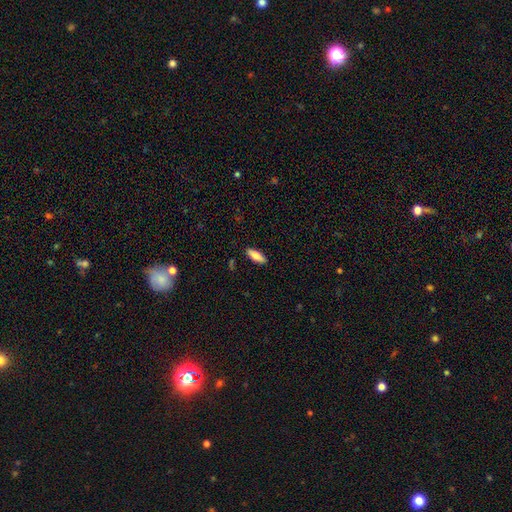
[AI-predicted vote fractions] smooth_or_featured: smooth (p=0.78) [alt: featured or disk p=0.16]
how_rounded: in between (p=0.66) [alt: cigar-shaped p=0.32]
merging: none (p=0.88) [alt: minor disturbance p=0.09]